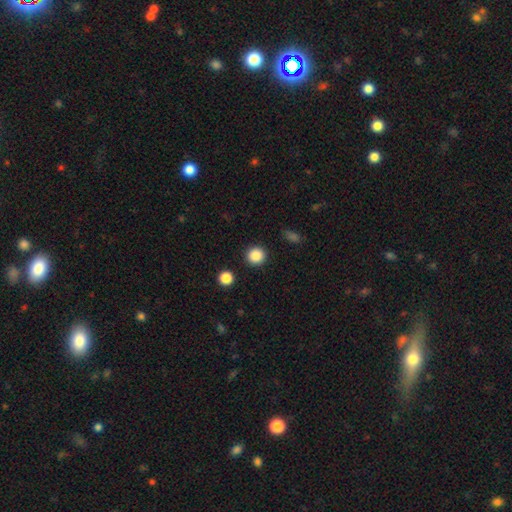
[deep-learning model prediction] smooth_or_featured: smooth (p=0.87) [alt: star or artifact p=0.10]
how_rounded: round (p=0.94) [alt: in between p=0.05]
merging: none (p=0.92) [alt: minor disturbance p=0.05]